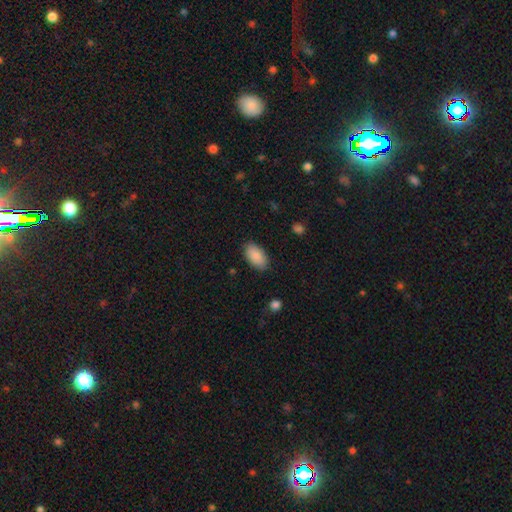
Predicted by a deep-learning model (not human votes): smooth-or-featured: smooth: 89% | star or artifact: 6% | featured or disk: 4%
  how-rounded: in between: 95% | round: 3% | cigar-shaped: 2%
  merging: none: 86% | minor disturbance: 10% | major disturbance: 2% | merger: 1%